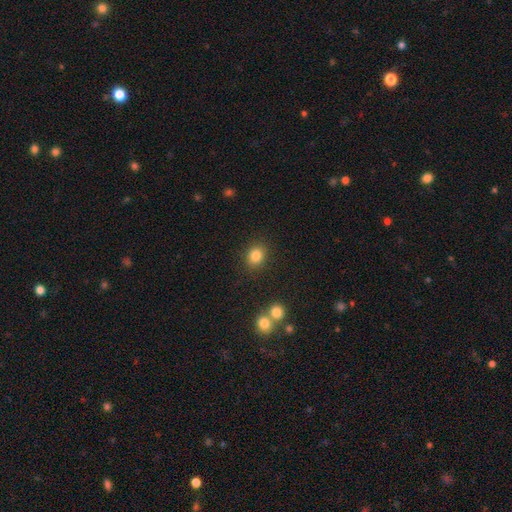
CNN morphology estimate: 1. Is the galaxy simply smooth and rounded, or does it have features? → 83% smooth, 11% star or artifact, 6% featured or disk.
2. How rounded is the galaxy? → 62% round, 37% in between, 1% cigar-shaped.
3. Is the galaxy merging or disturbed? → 85% none, 9% minor disturbance, 4% merger, 3% major disturbance.